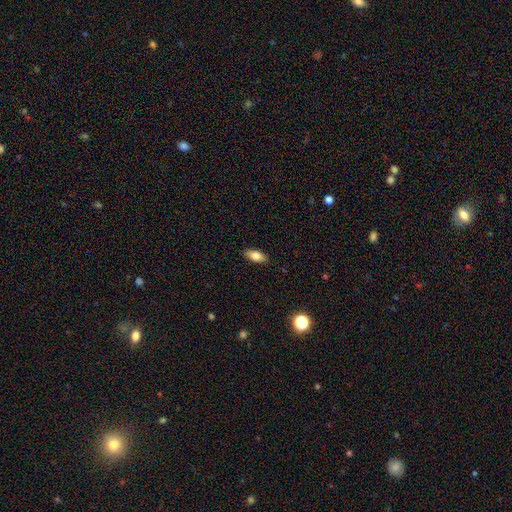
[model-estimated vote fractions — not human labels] Smooth or featured? Predicted: smooth (p=0.80). How rounded? Predicted: in between (p=0.86). Merging? Predicted: none (p=0.88).